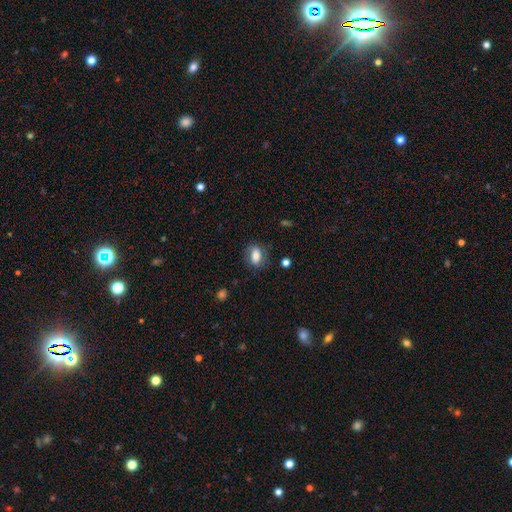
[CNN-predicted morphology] Smooth or featured: smooth — 73% (featured or disk — 19%)
How rounded: in between — 79% (round — 15%)
Merging: none — 74% (minor disturbance — 18%)